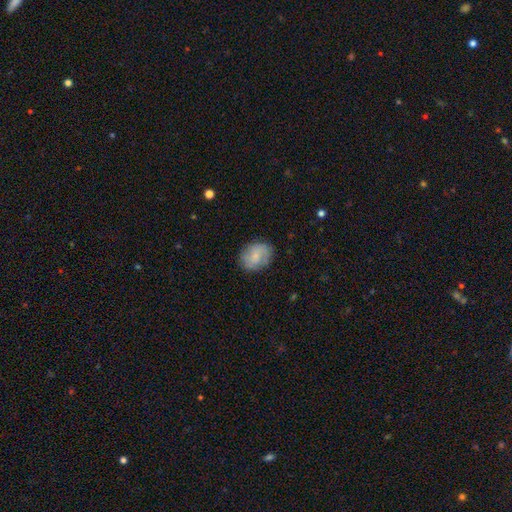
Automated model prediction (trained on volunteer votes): This appears to be a smooth galaxy with no disk features (68%) that is in between round and cigar-shaped (54%). Merging: none (79%).